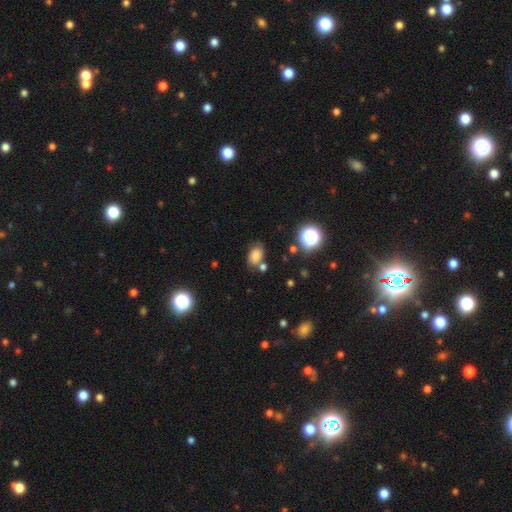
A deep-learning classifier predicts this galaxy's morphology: A smooth galaxy with no disk features (78%) that is in between round and cigar-shaped (81%). Merging: none (66%).